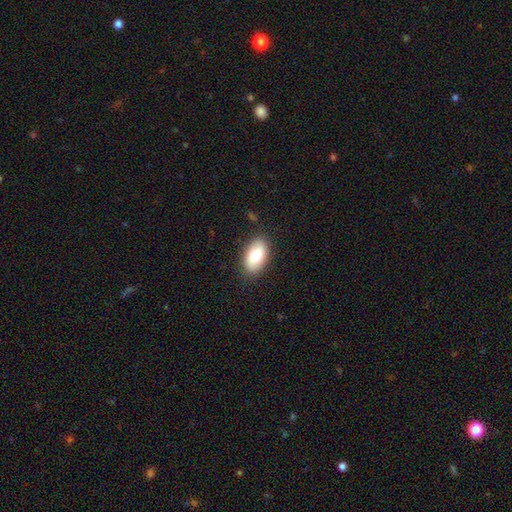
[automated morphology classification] type=smooth (77%); roundness=in between (93%); merging=none (85%).